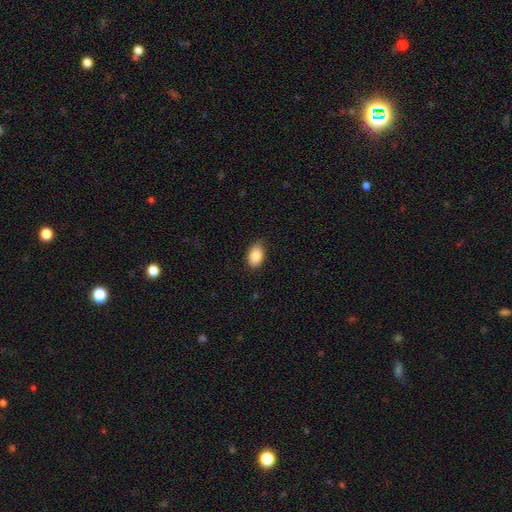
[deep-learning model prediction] Q: Smooth or featured?
A: smooth (87%); runner-up: star or artifact (7%)
Q: How rounded?
A: in between (87%); runner-up: round (12%)
Q: Merging?
A: none (76%); runner-up: minor disturbance (20%)